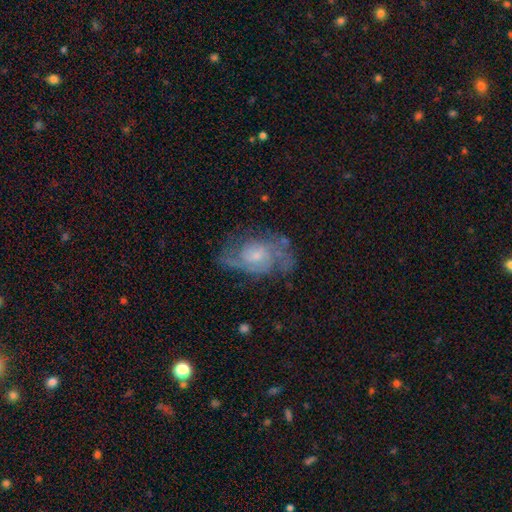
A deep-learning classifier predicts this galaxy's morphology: A featured or disk galaxy (77%) with no bar (64%), 2 (63%) medium (49%) spiral arms (90%) and a small central bulge (61%). Merging: none (58%).